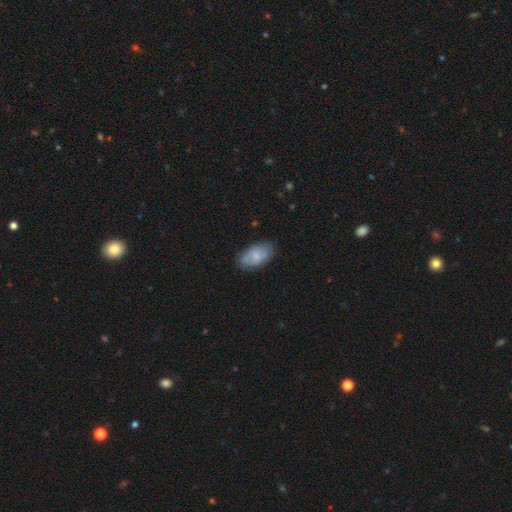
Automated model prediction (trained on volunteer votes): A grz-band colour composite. It shows a smooth galaxy with no disk features (66%) that is in between round and cigar-shaped (93%). Merging: none (76%).